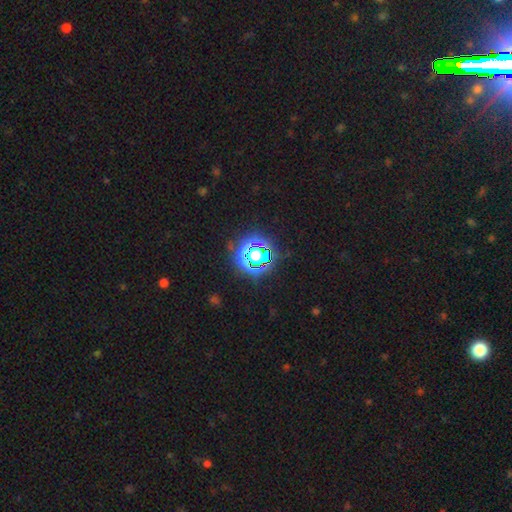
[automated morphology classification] type=star or artifact (66%).